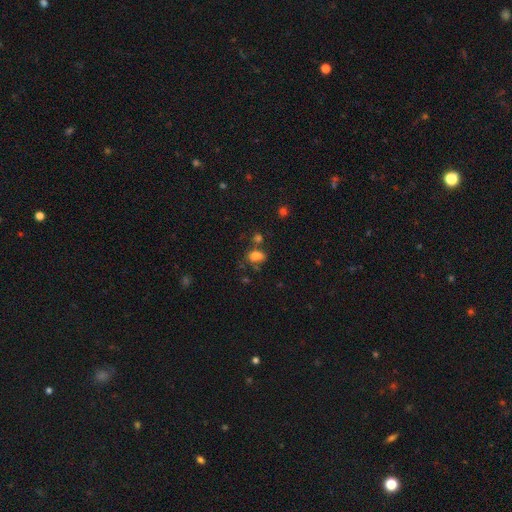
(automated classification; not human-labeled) smooth-or-featured: smooth: 81% | star or artifact: 12% | featured or disk: 7%
  how-rounded: in between: 77% | round: 22% | cigar-shaped: 1%
  merging: none: 59% | minor disturbance: 20% | merger: 14% | major disturbance: 7%